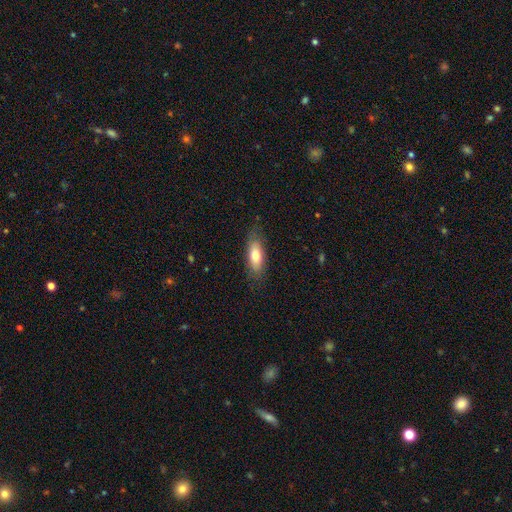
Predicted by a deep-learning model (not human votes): This is likely a smooth galaxy (74%). How rounded: likely in between (73%). Merging: clearly none (80%).